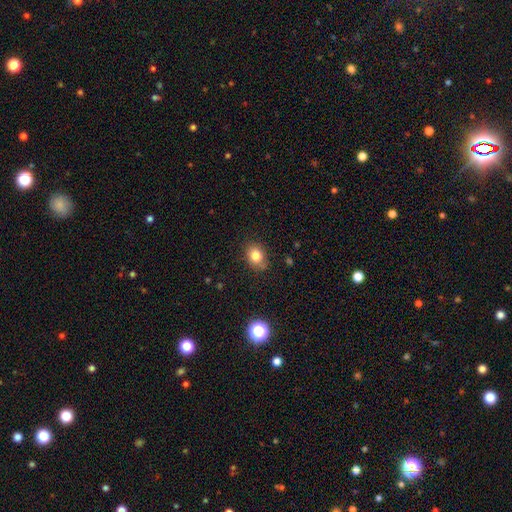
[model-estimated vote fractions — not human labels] Smooth or featured? Predicted: smooth (p=0.80). How rounded? Predicted: in between (p=0.52). Merging? Predicted: none (p=0.81).